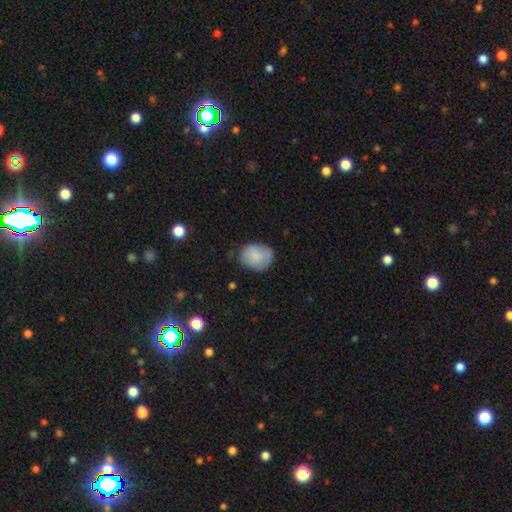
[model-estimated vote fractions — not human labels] smooth 82%, featured or disk 12%, star or artifact 7%. Down the decision tree: how rounded — in between (56%); merging — none (66%).